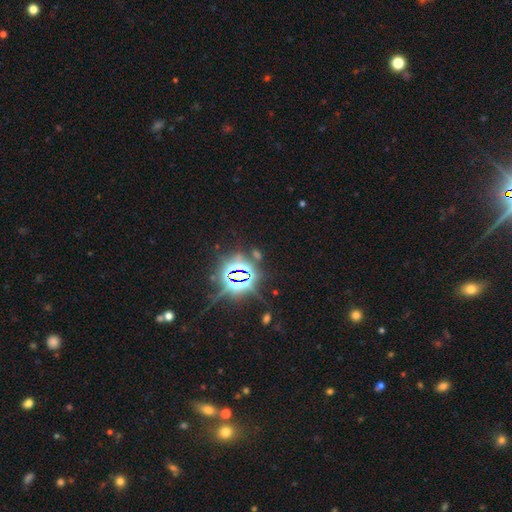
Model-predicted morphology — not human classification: A star or artifact, not a galaxy (84%).

Vote fractions:
- Smooth or featured? star or artifact: 84% / smooth: 8% / featured or disk: 8%